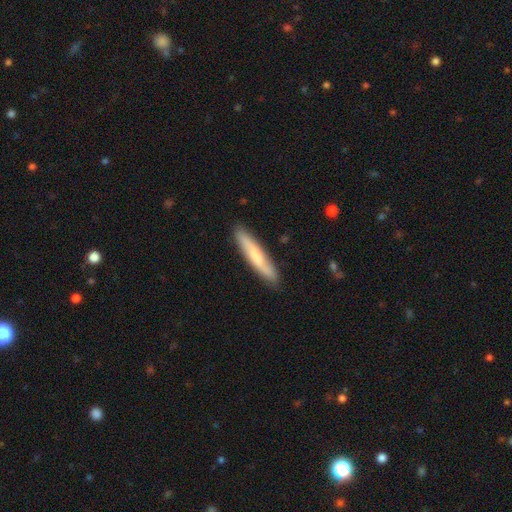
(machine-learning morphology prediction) This is likely a smooth galaxy (62%). How rounded: clearly cigar-shaped (90%). Merging: clearly none (87%).